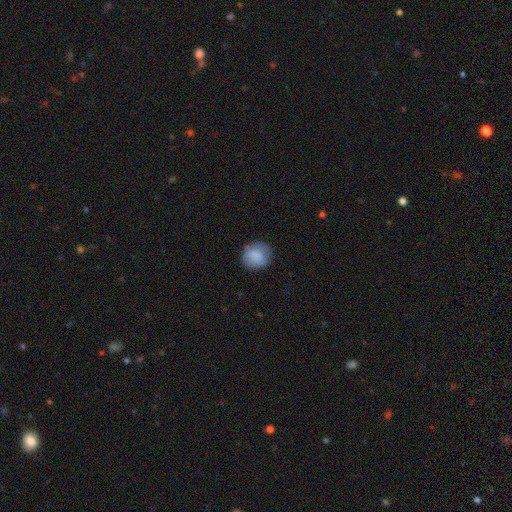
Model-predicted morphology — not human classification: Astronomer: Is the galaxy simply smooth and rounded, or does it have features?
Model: smooth — 76%.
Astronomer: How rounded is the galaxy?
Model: round — 82%.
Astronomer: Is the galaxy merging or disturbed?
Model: none — 71%.